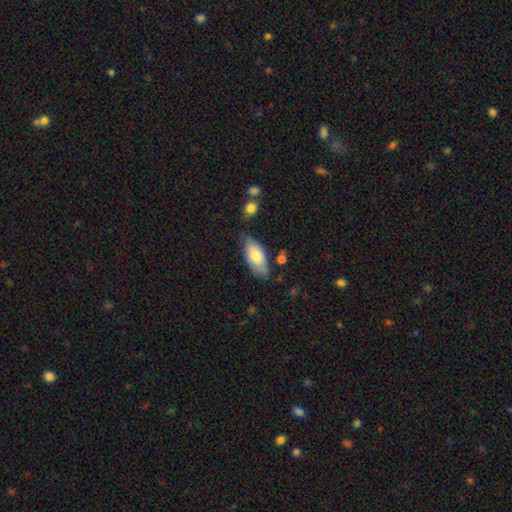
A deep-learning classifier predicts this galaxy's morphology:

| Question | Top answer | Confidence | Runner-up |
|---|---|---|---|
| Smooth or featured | smooth | 73% | featured or disk (20%) |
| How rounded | in between | 87% | cigar-shaped (10%) |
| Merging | none | 68% | minor disturbance (24%) |